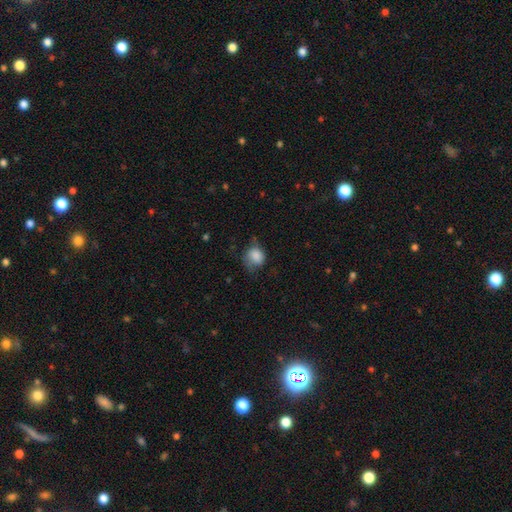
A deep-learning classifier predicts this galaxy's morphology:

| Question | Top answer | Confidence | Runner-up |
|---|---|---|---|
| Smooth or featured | smooth | 82% | featured or disk (10%) |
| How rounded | round | 68% | in between (32%) |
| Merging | none | 45% | minor disturbance (36%) |